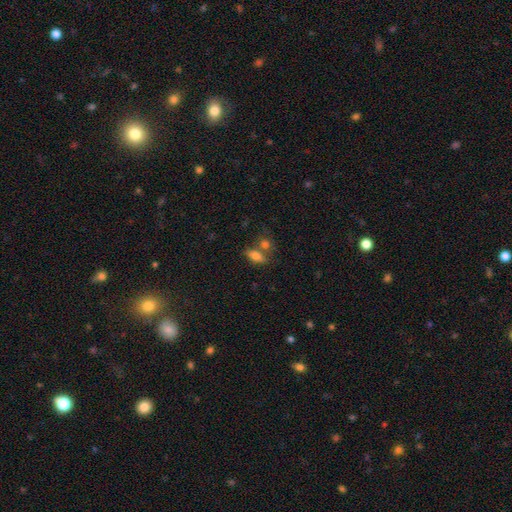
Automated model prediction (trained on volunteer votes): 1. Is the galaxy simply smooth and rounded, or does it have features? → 76% smooth, 14% featured or disk, 10% star or artifact.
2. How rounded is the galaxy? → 77% in between, 15% cigar-shaped, 8% round.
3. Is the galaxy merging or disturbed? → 53% none, 30% merger, 13% minor disturbance, 5% major disturbance.